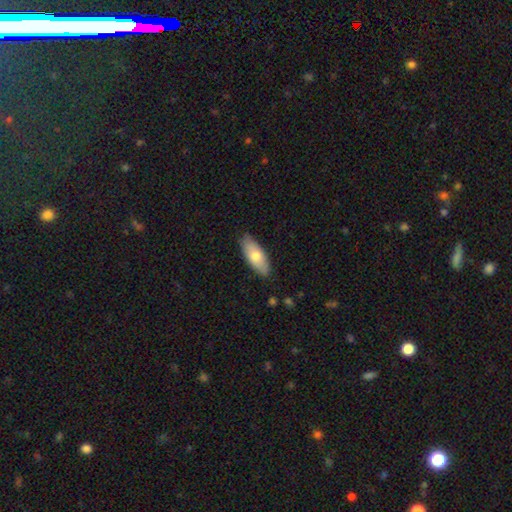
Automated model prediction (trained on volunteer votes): The model was most divided on "smooth or featured": smooth: 70%, featured or disk: 24%, star or artifact: 6%. More confident: merging — none (84%); how rounded — in between (82%).